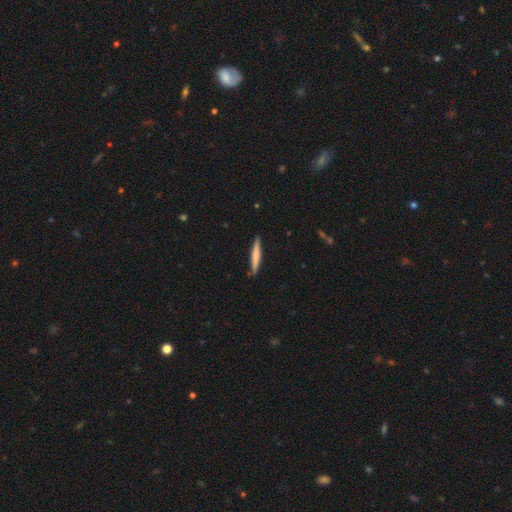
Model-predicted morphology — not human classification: Smooth or featured?
  - smooth: 64% *
  - featured or disk: 30%
  - star or artifact: 5%
How rounded?
  - cigar-shaped: 95% *
  - in between: 4%
  - round: 1%
Merging?
  - none: 88% *
  - minor disturbance: 9%
  - major disturbance: 2%
  - merger: 1%